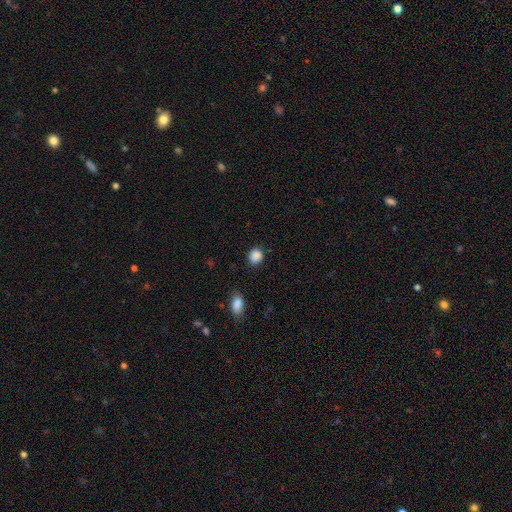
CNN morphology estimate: Q: Smooth or featured?
A: smooth (88%); runner-up: star or artifact (9%)
Q: How rounded?
A: round (74%); runner-up: in between (25%)
Q: Merging?
A: none (84%); runner-up: minor disturbance (11%)